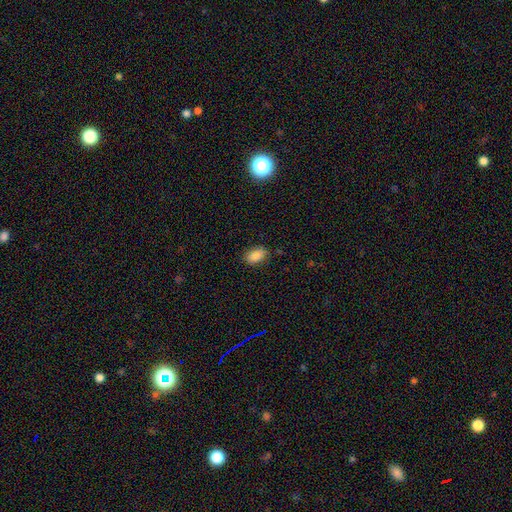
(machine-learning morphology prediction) A smooth galaxy with no disk features (86%) that is in between round and cigar-shaped (89%).

Vote fractions:
- Smooth or featured? smooth: 86% / star or artifact: 8% / featured or disk: 5%
- How rounded? in between: 89% / round: 9% / cigar-shaped: 2%
- Merging? none: 84% / minor disturbance: 13% / major disturbance: 3% / merger: 1%